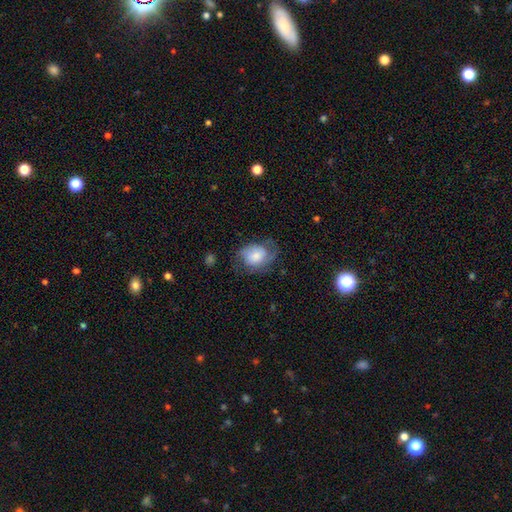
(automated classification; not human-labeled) Overall: smooth (53%; featured or disk 40%). How rounded: in between (61%; round 38%). Merging: none (50%; minor disturbance 29%).